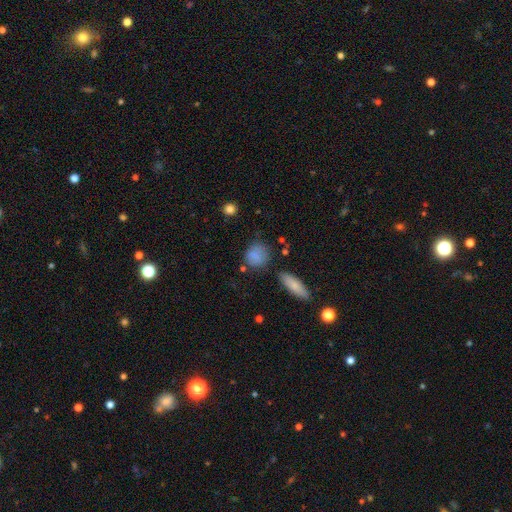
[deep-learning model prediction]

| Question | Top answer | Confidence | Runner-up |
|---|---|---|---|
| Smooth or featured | smooth | 80% | star or artifact (10%) |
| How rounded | round | 64% | in between (33%) |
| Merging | none | 66% | minor disturbance (21%) |